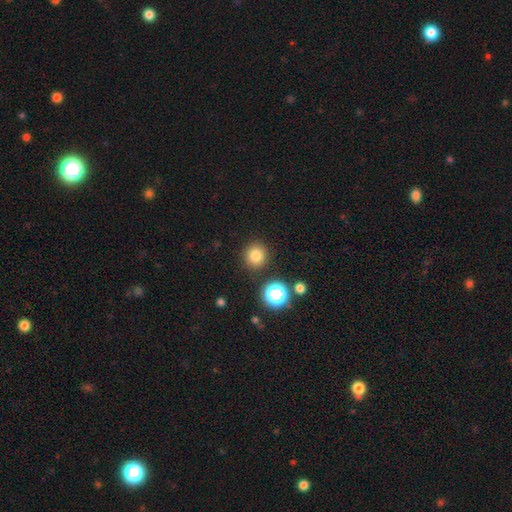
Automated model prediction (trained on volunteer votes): smooth 79%, star or artifact 15%, featured or disk 6%. Down the decision tree: how rounded — round (92%); merging — none (88%).